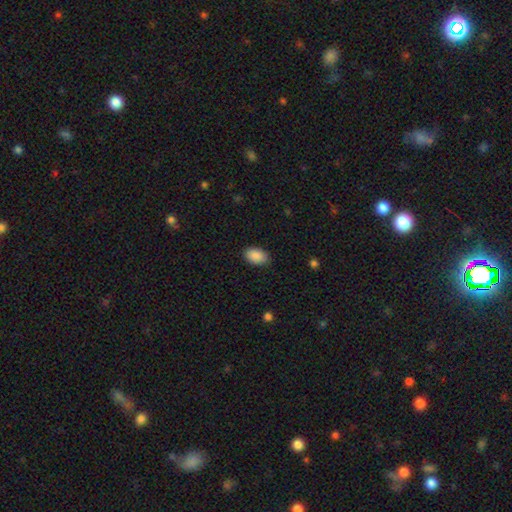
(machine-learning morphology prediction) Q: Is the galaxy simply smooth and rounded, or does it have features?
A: smooth — 90%.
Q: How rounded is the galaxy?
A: in between — 90%.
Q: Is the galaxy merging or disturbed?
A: none — 86%.